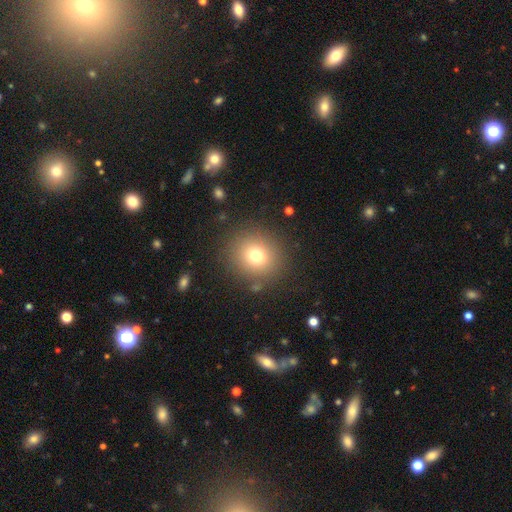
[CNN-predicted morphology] A smooth galaxy with no disk features (75%) that is round (89%).

Vote fractions:
- Smooth or featured? smooth: 75% / star or artifact: 14% / featured or disk: 11%
- How rounded? round: 89% / in between: 10% / cigar-shaped: 1%
- Merging? none: 86% / minor disturbance: 8% / major disturbance: 4% / merger: 2%